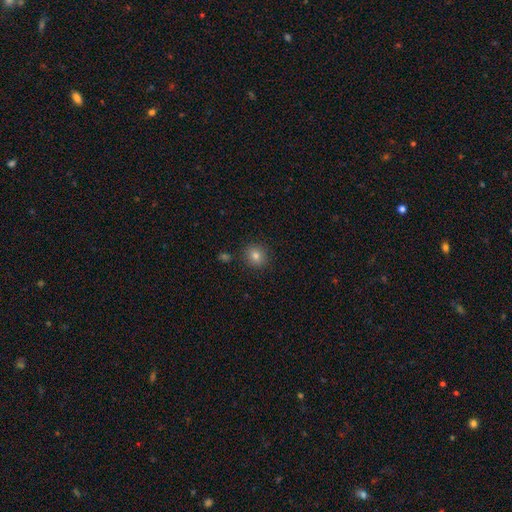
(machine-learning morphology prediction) A smooth galaxy with no disk features (80%) that is round (83%).

Vote fractions:
- Smooth or featured? smooth: 80% / star or artifact: 13% / featured or disk: 8%
- How rounded? round: 83% / in between: 16% / cigar-shaped: 1%
- Merging? none: 88% / minor disturbance: 7% / merger: 3% / major disturbance: 2%